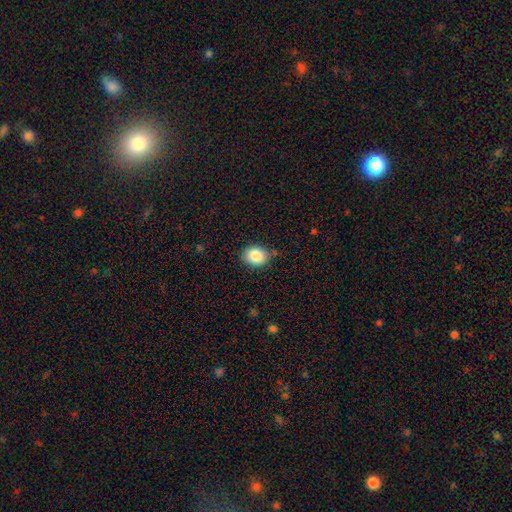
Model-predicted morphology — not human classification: Q: Smooth or featured?
A: smooth (85%); runner-up: star or artifact (9%)
Q: How rounded?
A: round (51%); runner-up: in between (48%)
Q: Merging?
A: none (82%); runner-up: minor disturbance (14%)